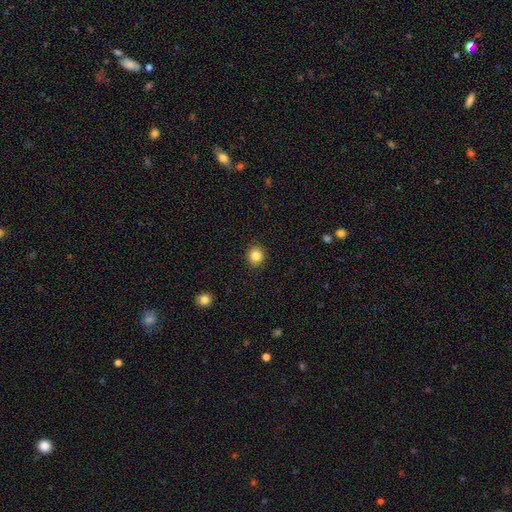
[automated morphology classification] Smooth or featured: smooth — 85% (star or artifact — 10%)
How rounded: round — 87% (in between — 12%)
Merging: none — 91% (minor disturbance — 6%)